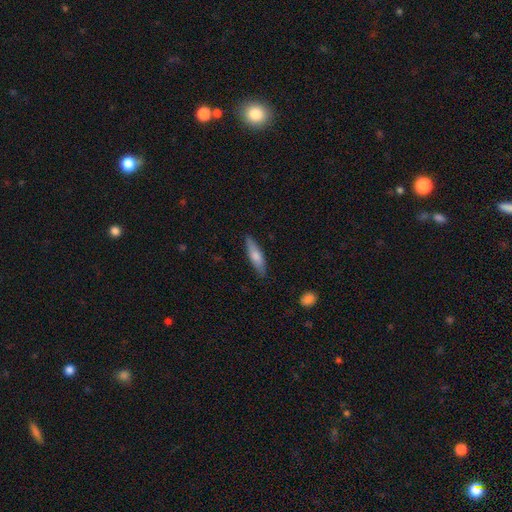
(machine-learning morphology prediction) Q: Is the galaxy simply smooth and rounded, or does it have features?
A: smooth — 70%.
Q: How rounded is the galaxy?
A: cigar-shaped — 74%.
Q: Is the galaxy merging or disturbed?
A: none — 85%.